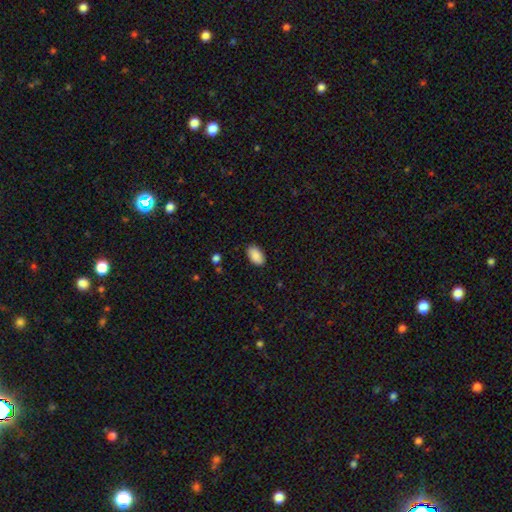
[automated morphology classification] type=smooth (90%); roundness=in between (94%); merging=none (88%).